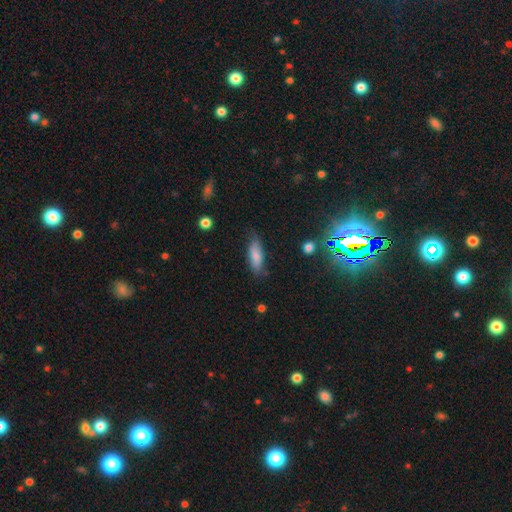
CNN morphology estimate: type=smooth (79%); roundness=in between (66%); merging=none (67%).